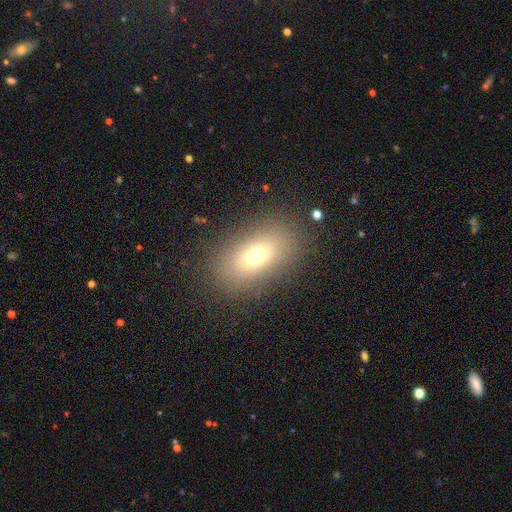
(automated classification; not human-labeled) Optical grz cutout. It shows a smooth galaxy with no disk features (69%) that is in between round and cigar-shaped (83%). Merging: none (85%).